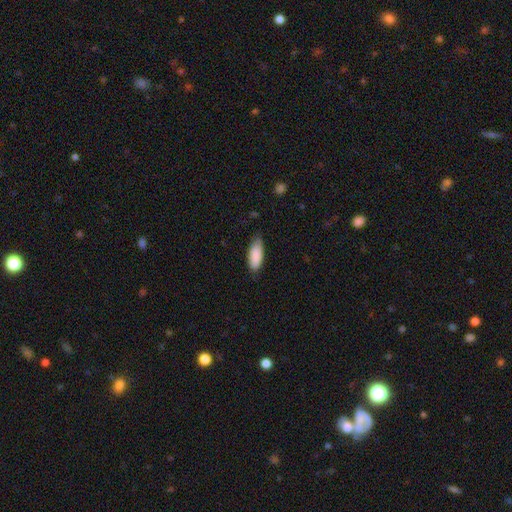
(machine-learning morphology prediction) smooth 89%, star or artifact 6%, featured or disk 5%. Down the decision tree: how rounded — in between (82%); merging — none (74%).